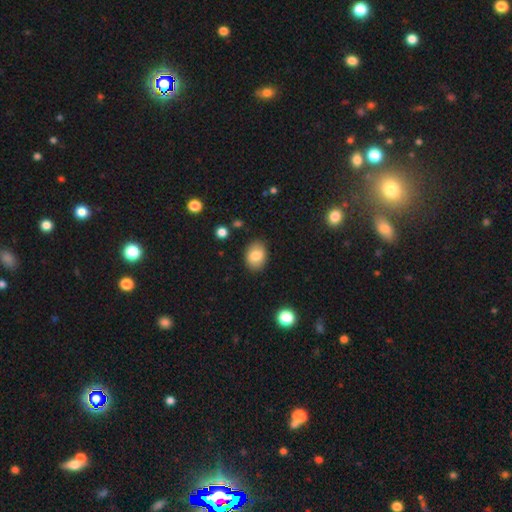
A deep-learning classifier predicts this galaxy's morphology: Smooth or featured? Predicted: smooth (p=0.80). How rounded? Predicted: in between (p=0.73). Merging? Predicted: none (p=0.87).